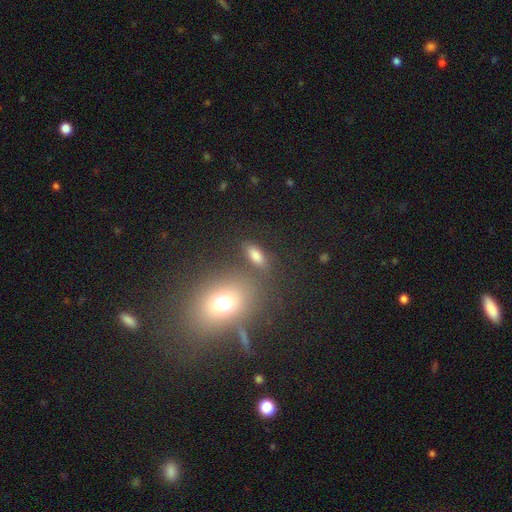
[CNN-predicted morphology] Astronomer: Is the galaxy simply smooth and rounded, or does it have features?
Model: smooth — 70%.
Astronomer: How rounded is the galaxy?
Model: in between — 68%.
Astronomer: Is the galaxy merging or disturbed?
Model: none — 75%.